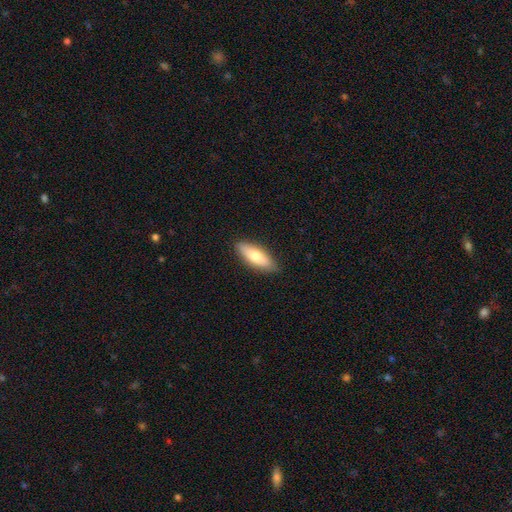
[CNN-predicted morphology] This is likely a smooth galaxy (70%). How rounded: likely in between (65%). Merging: clearly none (86%).